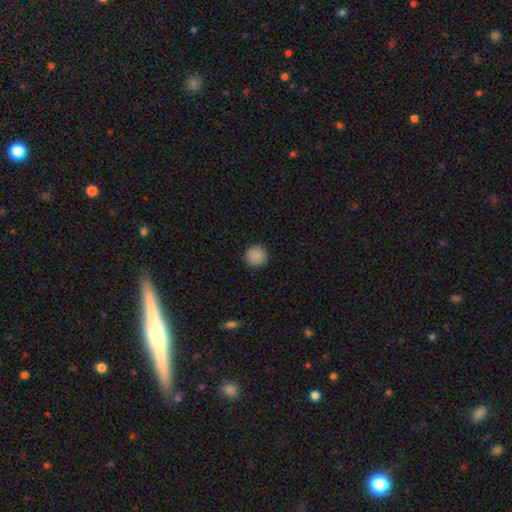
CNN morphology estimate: smooth 89%, star or artifact 9%, featured or disk 2%. Down the decision tree: how rounded — round (95%); merging — none (92%).